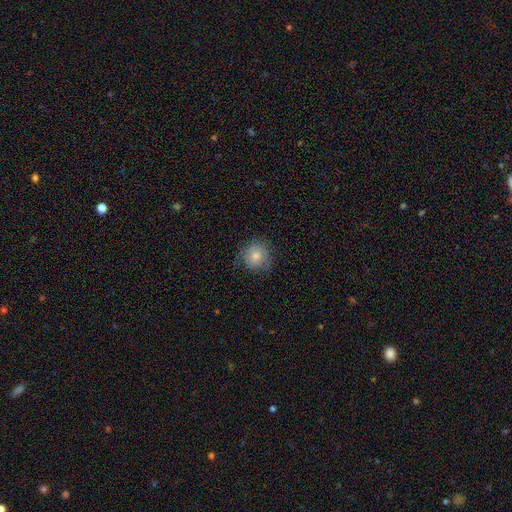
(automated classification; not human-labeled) Q: Smooth or featured?
A: smooth (76%); runner-up: featured or disk (16%)
Q: How rounded?
A: round (88%); runner-up: in between (11%)
Q: Merging?
A: none (76%); runner-up: minor disturbance (18%)